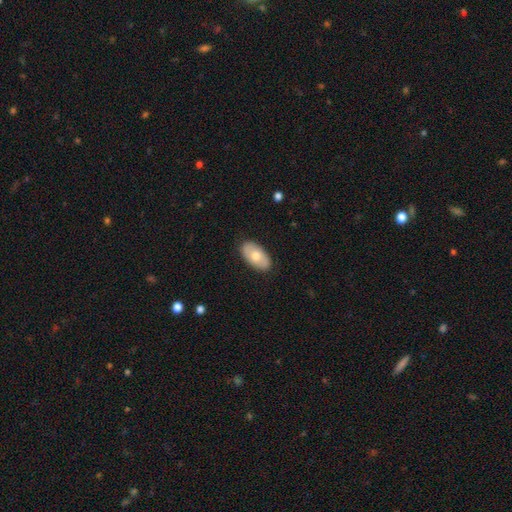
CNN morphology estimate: Smooth or featured: smooth — 65% (featured or disk — 29%)
How rounded: in between — 94% (round — 3%)
Merging: none — 88% (minor disturbance — 9%)